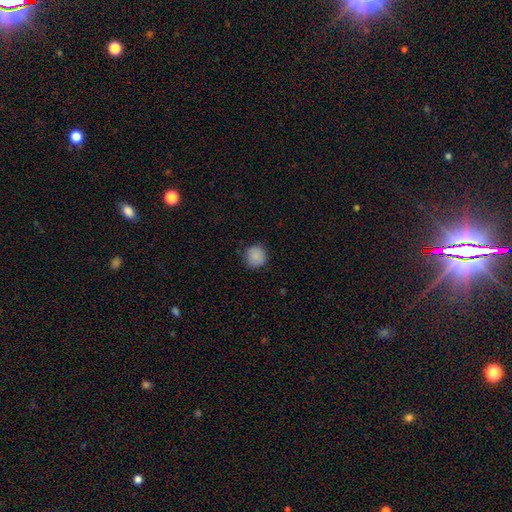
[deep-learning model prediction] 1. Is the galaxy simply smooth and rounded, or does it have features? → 88% smooth, 8% star or artifact, 4% featured or disk.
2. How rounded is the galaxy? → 91% round, 8% in between, 1% cigar-shaped.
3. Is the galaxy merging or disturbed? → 85% none, 11% minor disturbance, 2% major disturbance, 1% merger.